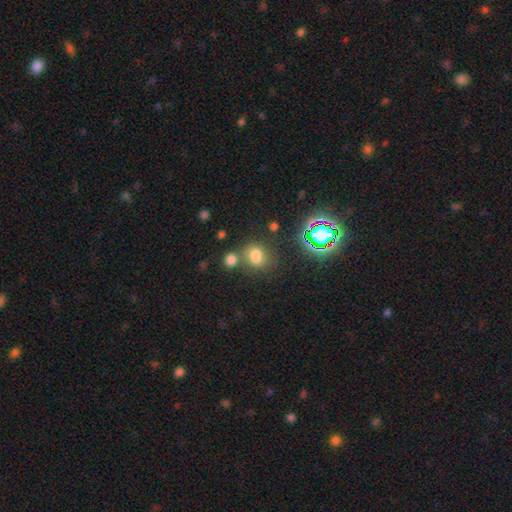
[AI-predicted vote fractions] Morphology: type=smooth (71%); roundness=in between (53%); merging=none (56%).